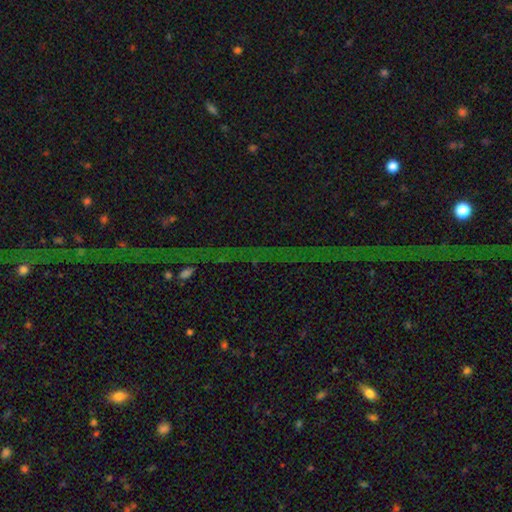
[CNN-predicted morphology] smooth-or-featured: star or artifact: 76% | featured or disk: 14% | smooth: 9%